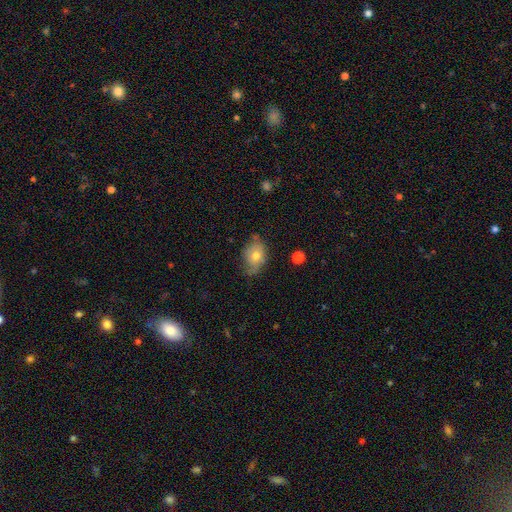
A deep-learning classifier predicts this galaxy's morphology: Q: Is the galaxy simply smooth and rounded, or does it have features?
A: smooth — 64%.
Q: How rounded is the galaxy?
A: in between — 70%.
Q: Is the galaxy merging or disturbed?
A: none — 48%.